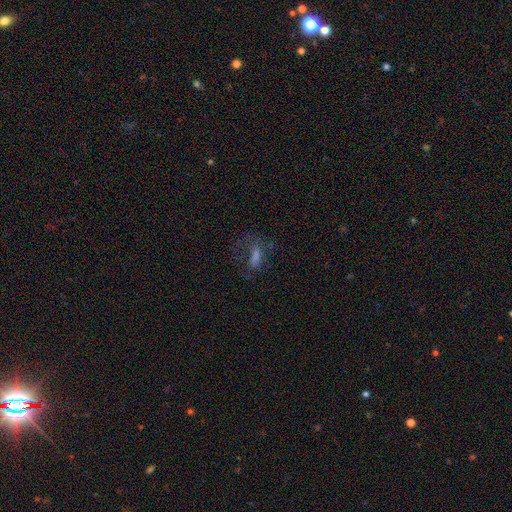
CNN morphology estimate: Smooth or featured? Predicted: smooth (p=0.47). Merging? Predicted: none (p=0.43).